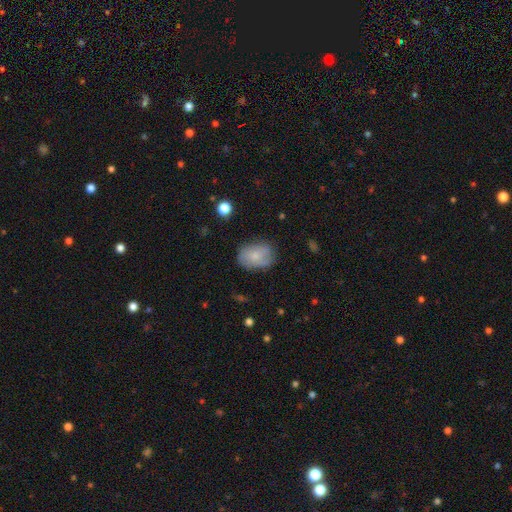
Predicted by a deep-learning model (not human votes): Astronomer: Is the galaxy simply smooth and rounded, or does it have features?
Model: smooth — 62%.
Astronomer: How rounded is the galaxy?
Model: in between — 74%.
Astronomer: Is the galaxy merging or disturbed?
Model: none — 66%.